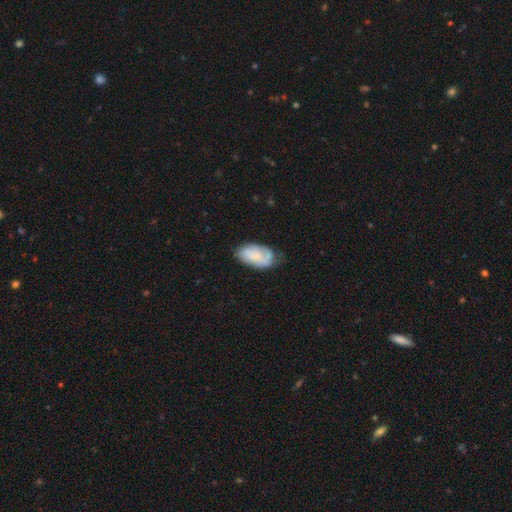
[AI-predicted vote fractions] Morphology: type=smooth (54%); roundness=in between (93%); merging=none (50%).